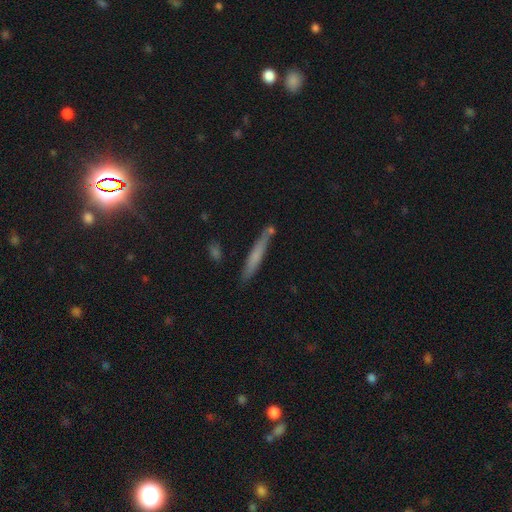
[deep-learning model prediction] This is possibly a smooth galaxy (59%). How rounded: clearly cigar-shaped (94%). Merging: likely none (78%).